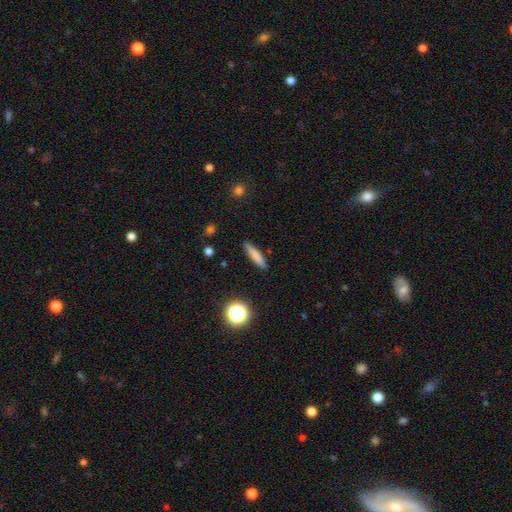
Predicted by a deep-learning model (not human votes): smooth 75%, featured or disk 16%, star or artifact 9%. Down the decision tree: how rounded — cigar-shaped (87%); merging — none (89%).